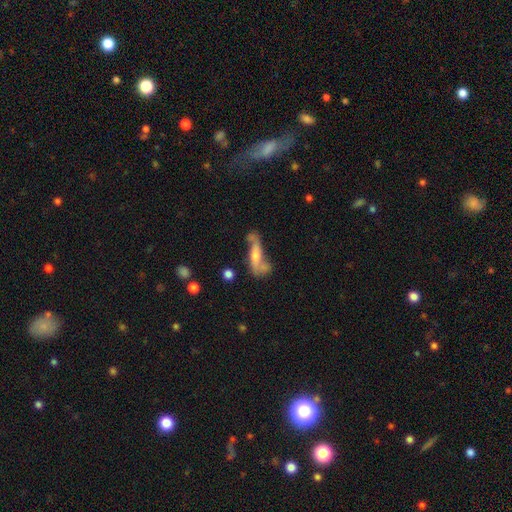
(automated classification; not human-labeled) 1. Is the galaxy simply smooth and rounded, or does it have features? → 60% featured or disk, 32% smooth, 8% star or artifact.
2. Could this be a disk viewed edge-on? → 68% no, 32% yes.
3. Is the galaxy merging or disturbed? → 41% none, 23% minor disturbance, 21% major disturbance, 15% merger.